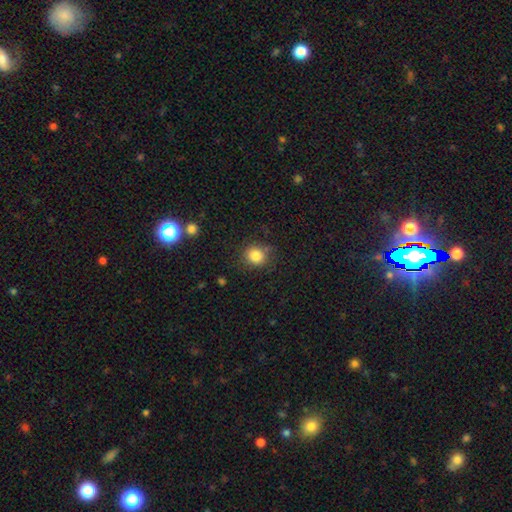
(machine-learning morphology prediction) Smooth or featured: smooth — 83% (star or artifact — 11%)
How rounded: round — 79% (in between — 20%)
Merging: none — 78% (minor disturbance — 15%)